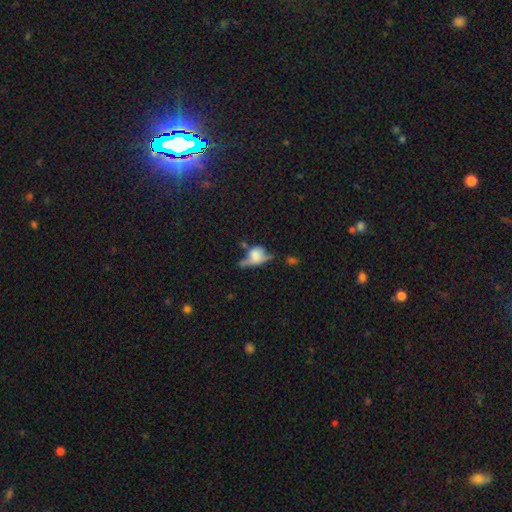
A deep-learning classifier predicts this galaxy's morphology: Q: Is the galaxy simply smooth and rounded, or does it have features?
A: smooth — 50%.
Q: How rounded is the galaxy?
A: in between — 57%.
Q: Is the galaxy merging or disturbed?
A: none — 31%.